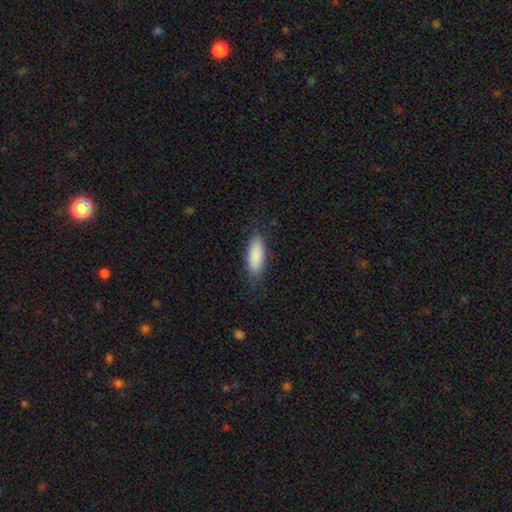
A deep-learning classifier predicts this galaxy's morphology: Q: Smooth or featured?
A: smooth (88%); runner-up: featured or disk (6%)
Q: How rounded?
A: in between (70%); runner-up: cigar-shaped (28%)
Q: Merging?
A: none (83%); runner-up: minor disturbance (13%)